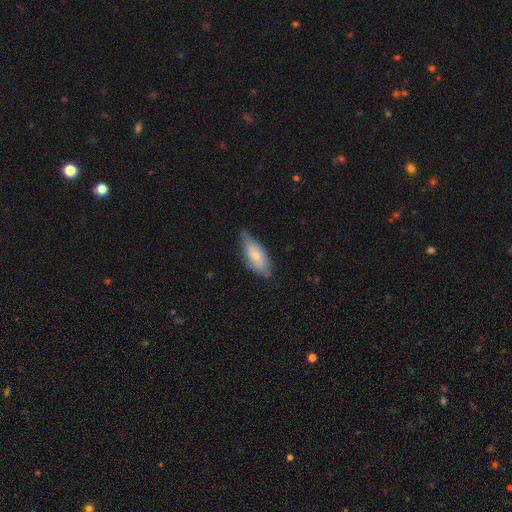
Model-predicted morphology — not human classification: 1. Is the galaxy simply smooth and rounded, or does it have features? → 71% smooth, 23% featured or disk, 6% star or artifact.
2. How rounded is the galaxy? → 82% in between, 16% cigar-shaped, 2% round.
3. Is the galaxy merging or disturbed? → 62% none, 32% minor disturbance, 5% major disturbance, 1% merger.